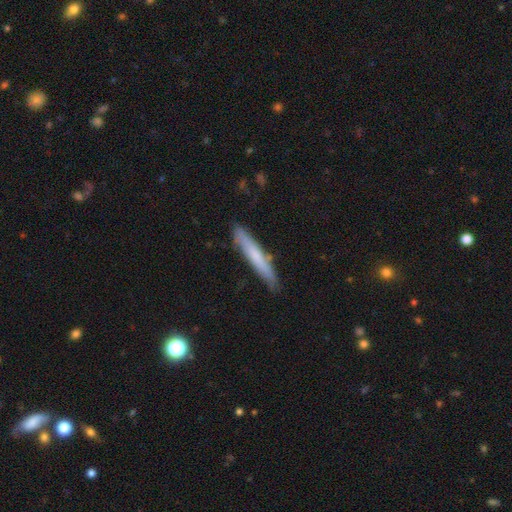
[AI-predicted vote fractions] This is likely a smooth galaxy (62%). How rounded: clearly cigar-shaped (94%). Merging: clearly none (84%).